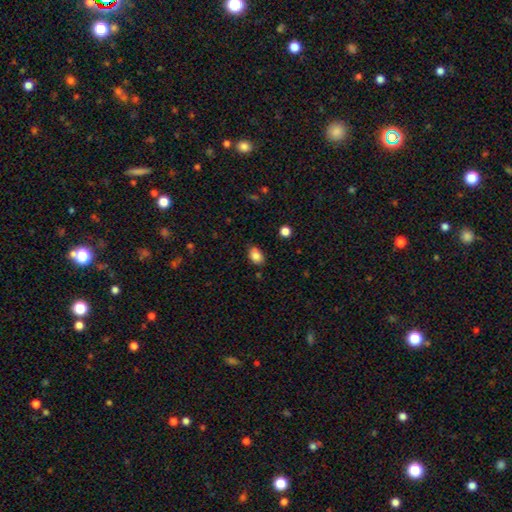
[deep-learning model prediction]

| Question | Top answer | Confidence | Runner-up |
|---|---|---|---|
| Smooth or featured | smooth | 85% | star or artifact (9%) |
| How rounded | in between | 81% | round (18%) |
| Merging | none | 79% | minor disturbance (16%) |